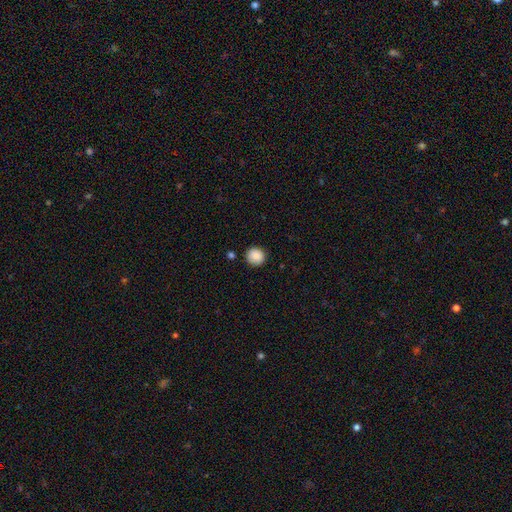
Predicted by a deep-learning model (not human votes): Smooth or featured? smooth (88%)
How rounded? round (90%)
Merging? none (86%)